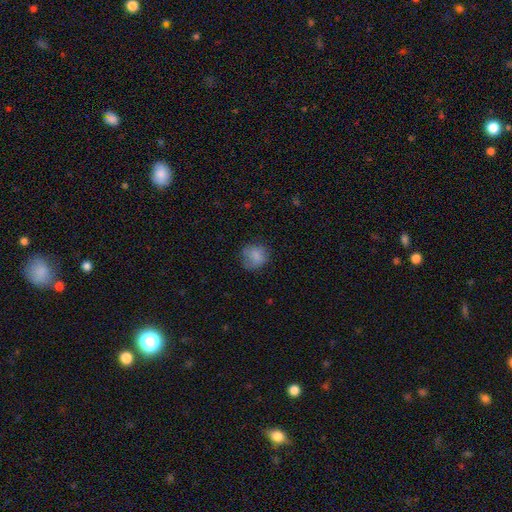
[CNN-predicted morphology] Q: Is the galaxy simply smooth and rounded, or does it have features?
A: smooth — 81%.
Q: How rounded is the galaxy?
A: round — 80%.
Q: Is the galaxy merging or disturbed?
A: none — 69%.